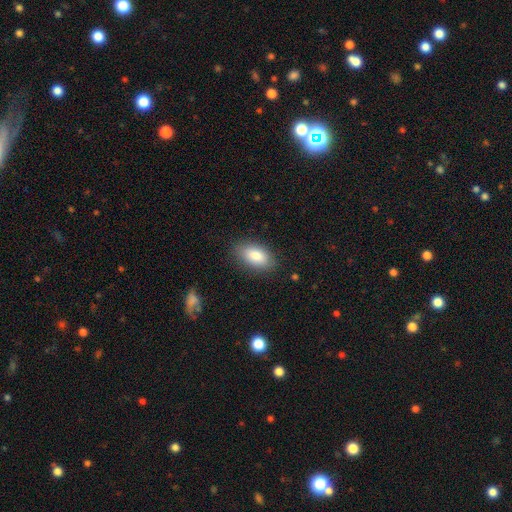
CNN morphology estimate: Overall: smooth (85%). How rounded: in between (92%). Merging: none (84%).